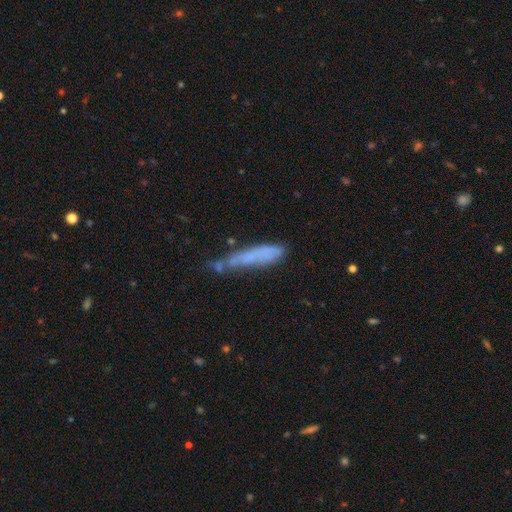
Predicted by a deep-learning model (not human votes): Smooth or featured? Predicted: smooth (p=0.60). How rounded? Predicted: cigar-shaped (p=0.86). Merging? Predicted: none (p=0.46).